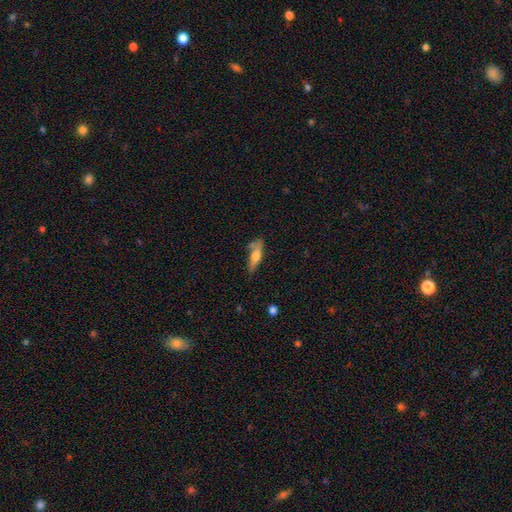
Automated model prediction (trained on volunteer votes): Smooth or featured: smooth — 60% (featured or disk — 33%)
How rounded: cigar-shaped — 57% (in between — 40%)
Merging: none — 59% (minor disturbance — 25%)